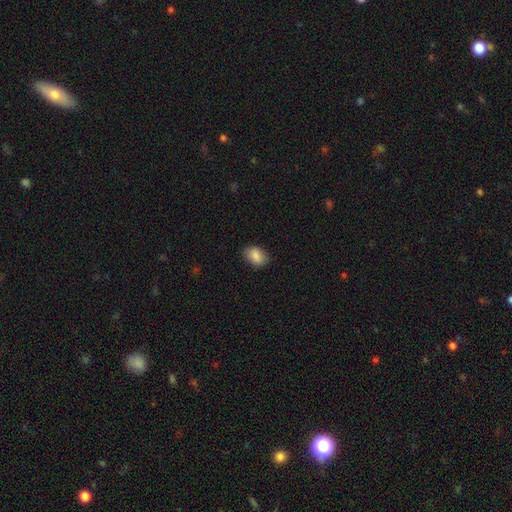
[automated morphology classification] Smooth or featured: smooth — 87% (star or artifact — 7%)
How rounded: in between — 82% (round — 17%)
Merging: none — 85% (minor disturbance — 12%)